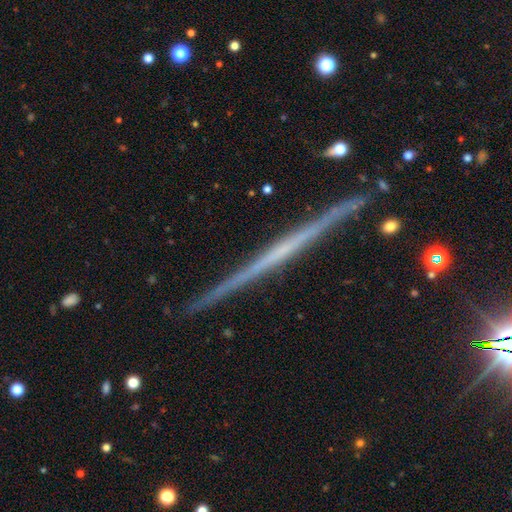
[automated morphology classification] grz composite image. It shows a featured or disk galaxy (74%) viewed edge-on (98%) with no central bulge (83%). Merging: none (92%).